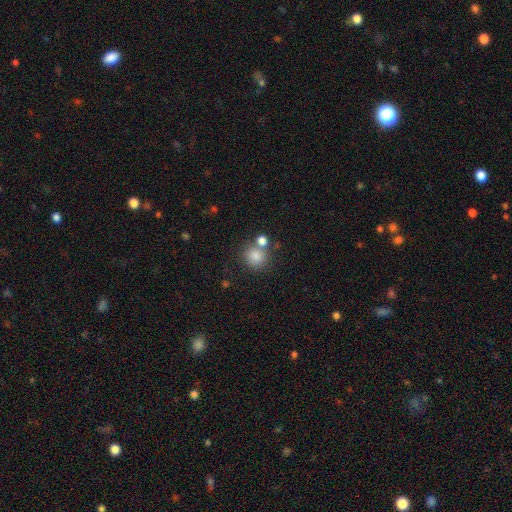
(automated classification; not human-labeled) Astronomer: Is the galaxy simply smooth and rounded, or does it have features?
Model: smooth — 82%.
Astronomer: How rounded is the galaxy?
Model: round — 84%.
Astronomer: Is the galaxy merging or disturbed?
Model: none — 64%.